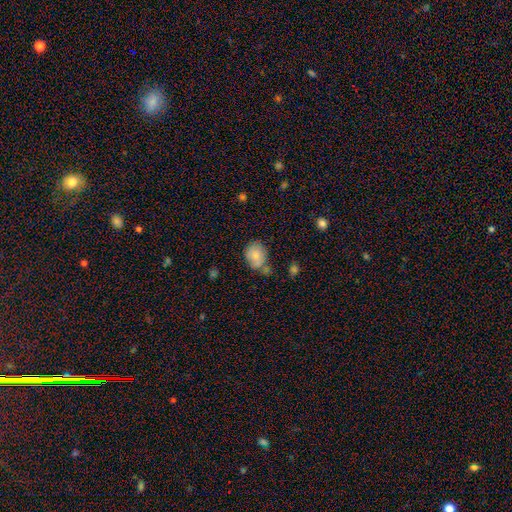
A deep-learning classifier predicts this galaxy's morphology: smooth_or_featured: smooth (p=0.75) [alt: featured or disk p=0.17]
how_rounded: in between (p=0.56) [alt: round p=0.43]
merging: none (p=0.53) [alt: minor disturbance p=0.24]